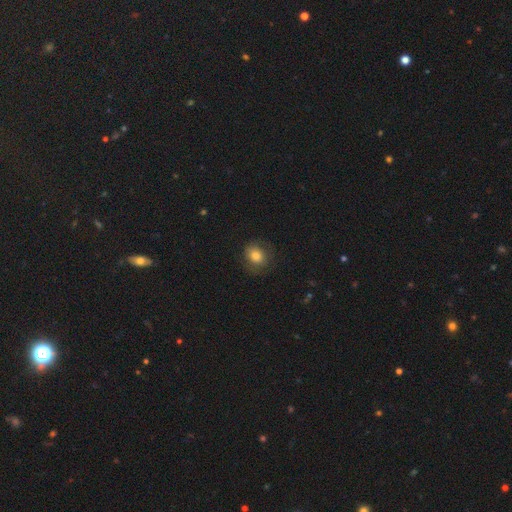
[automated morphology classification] A smooth galaxy with no disk features (76%) that is round (63%).

Vote fractions:
- Smooth or featured? smooth: 76% / featured or disk: 15% / star or artifact: 9%
- How rounded? round: 63% / in between: 36% / cigar-shaped: 1%
- Merging? none: 75% / minor disturbance: 16% / major disturbance: 8% / merger: 1%